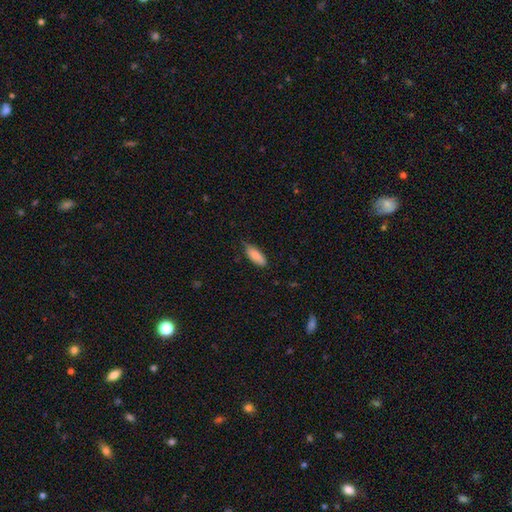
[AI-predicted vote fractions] Smooth or featured: smooth — 87% (featured or disk — 7%)
How rounded: in between — 72% (cigar-shaped — 26%)
Merging: none — 69% (minor disturbance — 26%)